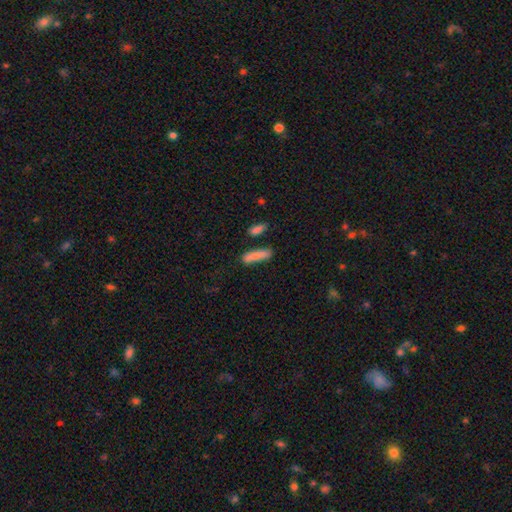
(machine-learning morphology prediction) Overall: smooth (84%). How rounded: cigar-shaped (71%). Merging: none (67%).